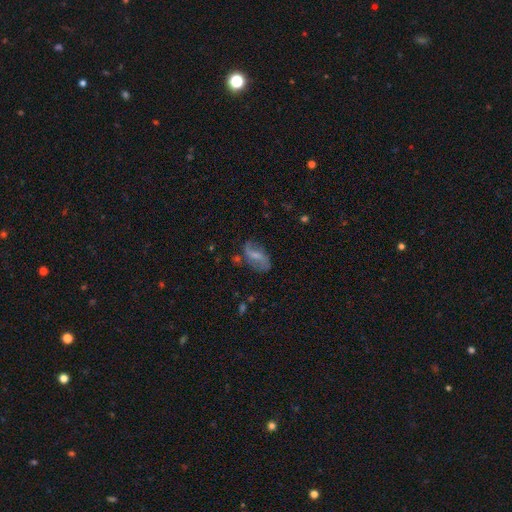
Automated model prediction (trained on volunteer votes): smooth_or_featured: featured or disk (p=0.63) [alt: smooth p=0.29]
disk_edge_on: no (p=0.95) [alt: yes p=0.05]
bar: weak (p=0.47) [alt: no p=0.30]
has_spiral_arms: yes (p=0.85) [alt: no p=0.15]
spiral_winding: loose (p=0.68) [alt: medium p=0.24]
spiral_arm_count: 2 (p=0.84) [alt: can't tell p=0.07]
bulge_size: small (p=0.43) [alt: moderate p=0.30]
merging: none (p=0.60) [alt: minor disturbance p=0.24]